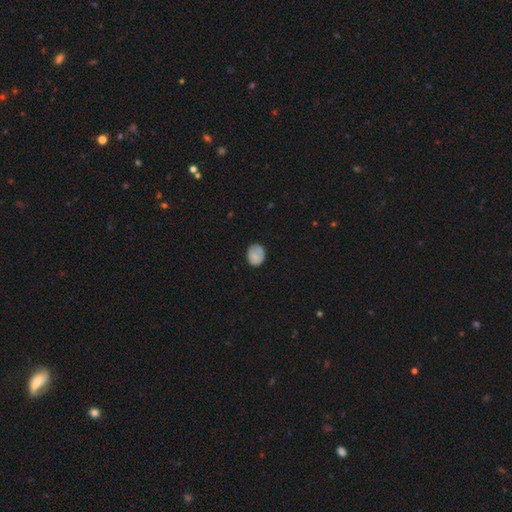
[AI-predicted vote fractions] Q: Smooth or featured?
A: smooth (81%); runner-up: featured or disk (10%)
Q: How rounded?
A: round (59%); runner-up: in between (40%)
Q: Merging?
A: none (76%); runner-up: minor disturbance (18%)